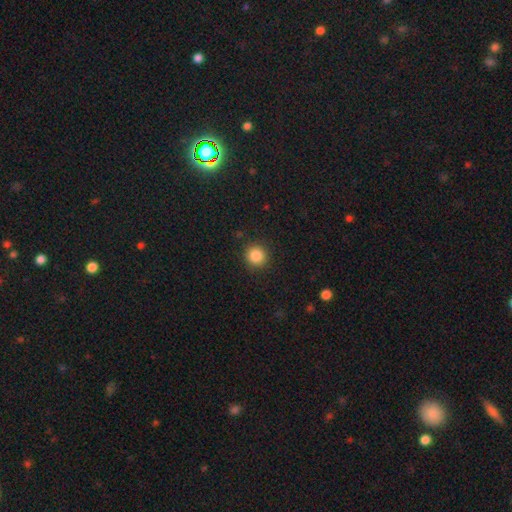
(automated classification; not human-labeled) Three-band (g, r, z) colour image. It shows a smooth galaxy with no disk features (86%) that is round (93%). Merging: none (90%).